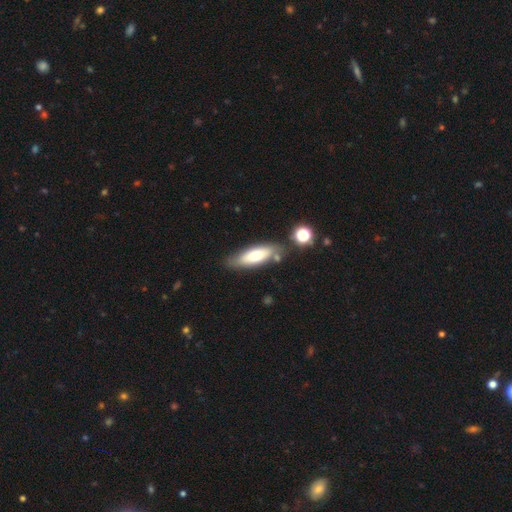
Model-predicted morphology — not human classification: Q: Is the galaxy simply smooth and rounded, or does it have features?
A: smooth — 64%.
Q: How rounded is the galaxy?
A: in between — 60%.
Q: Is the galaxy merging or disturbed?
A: none — 71%.